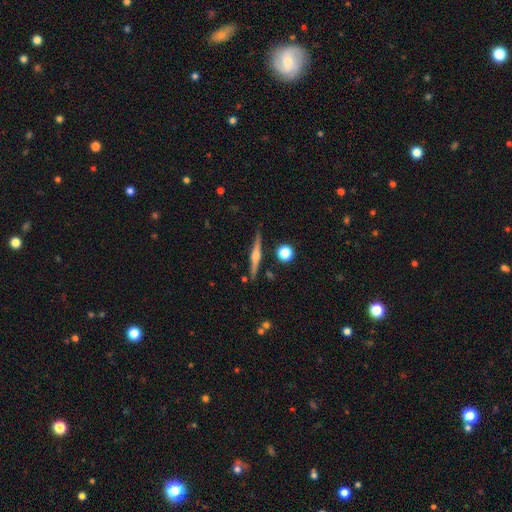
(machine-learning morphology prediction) A featured or disk galaxy (76%) viewed edge-on (98%) with a rounded central bulge (85%). Merging: none (88%).